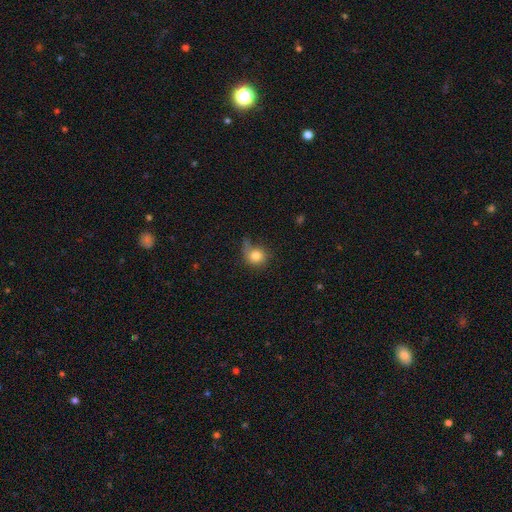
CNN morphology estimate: smooth 80%, featured or disk 10%, star or artifact 10%. Down the decision tree: how rounded — round (81%); merging — none (51%).